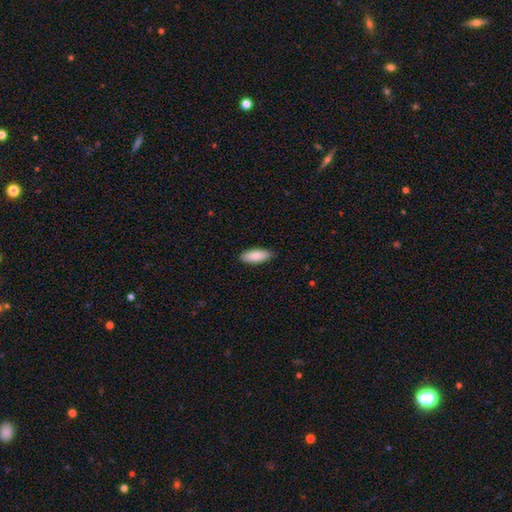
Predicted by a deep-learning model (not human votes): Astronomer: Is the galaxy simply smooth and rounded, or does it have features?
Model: smooth — 88%.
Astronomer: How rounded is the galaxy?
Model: in between — 77%.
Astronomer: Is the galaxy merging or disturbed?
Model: none — 88%.